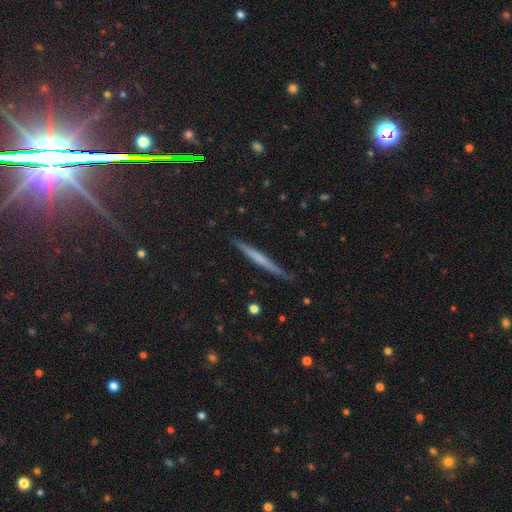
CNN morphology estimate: This appears to be a featured or disk galaxy (46%). Merging: none (89%).